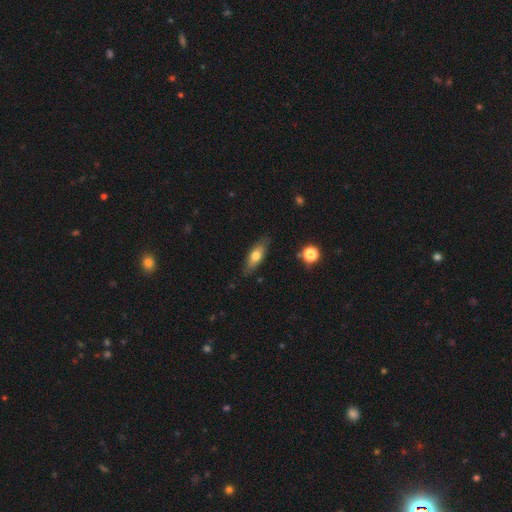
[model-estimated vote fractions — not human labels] A smooth galaxy with no disk features (65%) that is in between round and cigar-shaped (65%). Merging: none (82%).